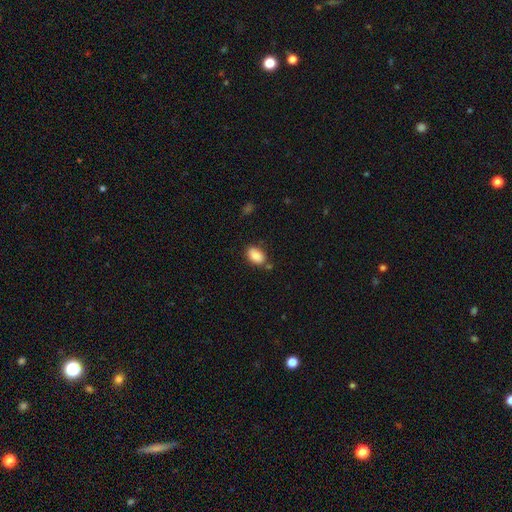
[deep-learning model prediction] A smooth galaxy with no disk features (88%) that is in between round and cigar-shaped (90%).

Vote fractions:
- Smooth or featured? smooth: 88% / star or artifact: 7% / featured or disk: 5%
- How rounded? in between: 90% / round: 8% / cigar-shaped: 2%
- Merging? none: 71% / minor disturbance: 18% / merger: 7% / major disturbance: 4%